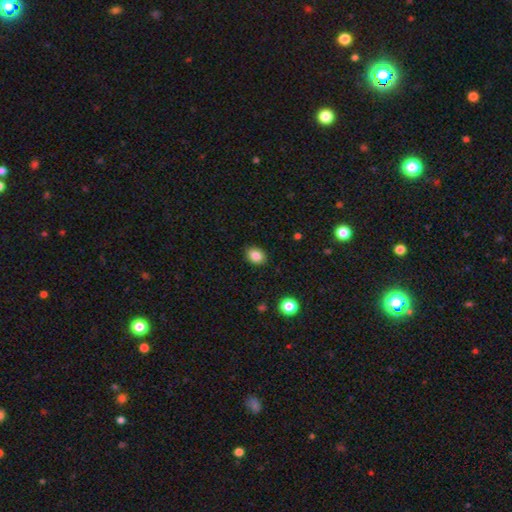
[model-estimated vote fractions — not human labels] Morphology: type=smooth (86%); roundness=in between (63%); merging=none (88%).